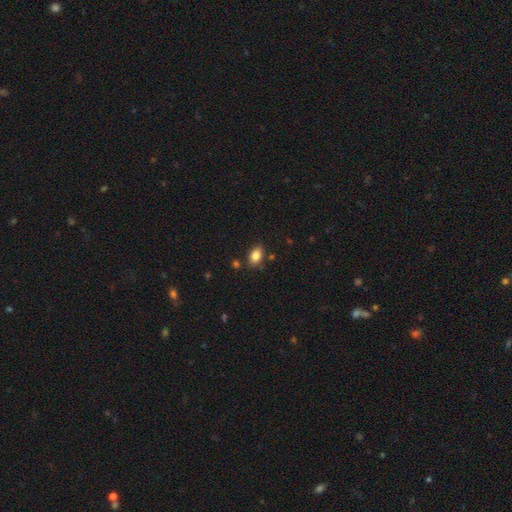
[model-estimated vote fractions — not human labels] smooth-or-featured: smooth: 85% | star or artifact: 9% | featured or disk: 6%
  how-rounded: in between: 86% | round: 12% | cigar-shaped: 2%
  merging: none: 82% | minor disturbance: 11% | merger: 4% | major disturbance: 3%